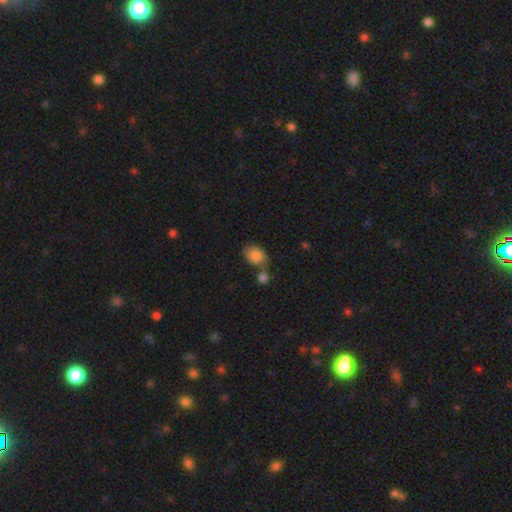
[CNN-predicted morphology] Smooth or featured? smooth (83%)
How rounded? in between (71%)
Merging? none (46%)